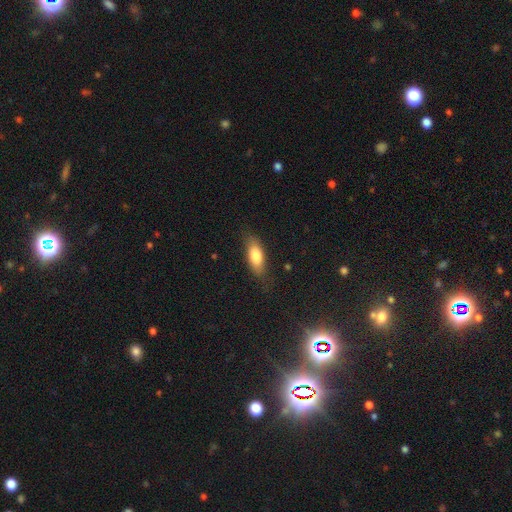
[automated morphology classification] smooth_or_featured: smooth (p=0.79) [alt: featured or disk p=0.15]
how_rounded: in between (p=0.76) [alt: cigar-shaped p=0.21]
merging: none (p=0.75) [alt: minor disturbance p=0.19]